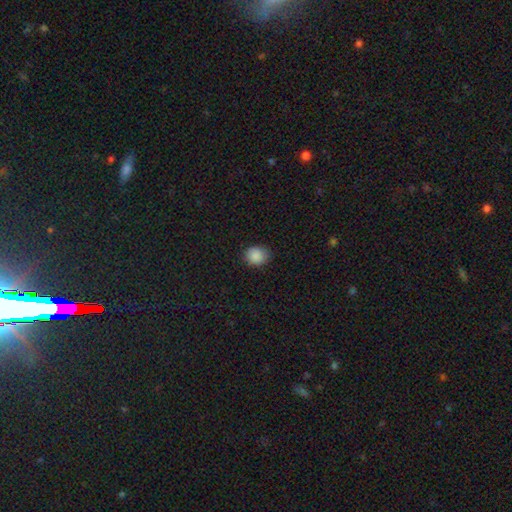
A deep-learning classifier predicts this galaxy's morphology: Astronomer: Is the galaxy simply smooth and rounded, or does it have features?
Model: smooth — 88%.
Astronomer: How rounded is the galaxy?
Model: round — 72%.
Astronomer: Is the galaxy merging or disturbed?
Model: none — 82%.